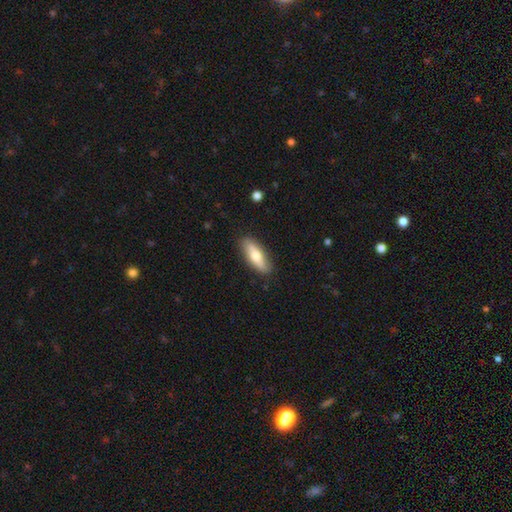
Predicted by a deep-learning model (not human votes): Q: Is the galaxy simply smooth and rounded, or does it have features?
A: smooth — 65%.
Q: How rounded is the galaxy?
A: in between — 54%.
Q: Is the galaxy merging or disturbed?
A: none — 86%.